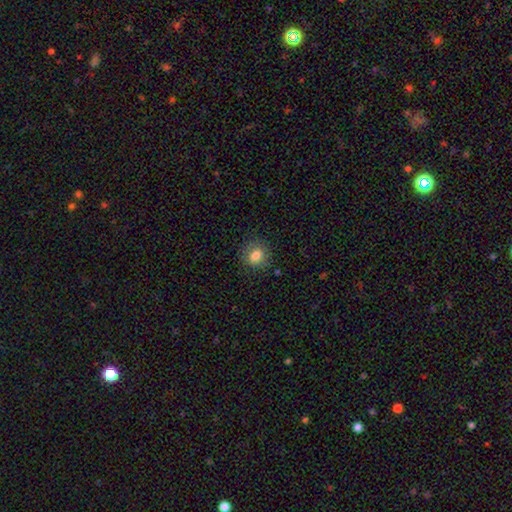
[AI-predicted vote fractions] A smooth galaxy with no disk features (81%) that is round (72%). Merging: none (84%).